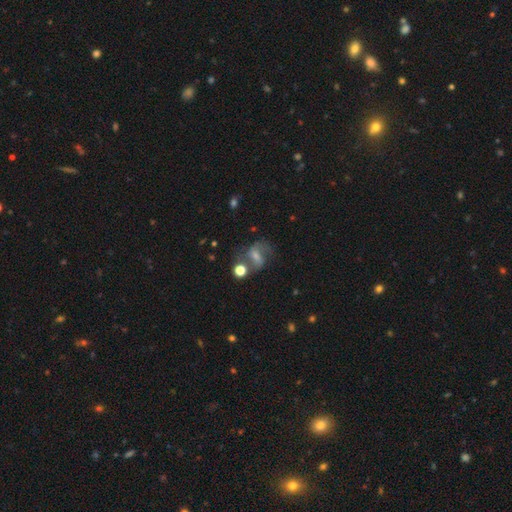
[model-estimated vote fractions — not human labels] Smooth or featured? Predicted: featured or disk (p=0.60). Edge-on disk? Predicted: no (p=0.96). Bar? Predicted: weak (p=0.45). Spiral arms? Predicted: yes (p=0.84). Bulge size? Predicted: small (p=0.43). Merging? Predicted: none (p=0.56).